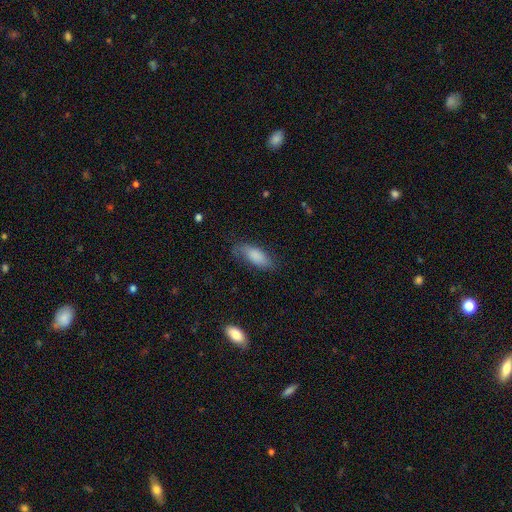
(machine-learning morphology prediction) Smooth or featured: smooth — 81% (featured or disk — 13%)
How rounded: in between — 78% (cigar-shaped — 20%)
Merging: none — 66% (minor disturbance — 25%)